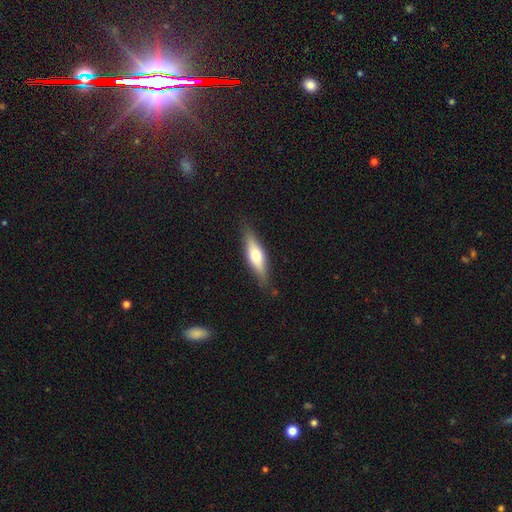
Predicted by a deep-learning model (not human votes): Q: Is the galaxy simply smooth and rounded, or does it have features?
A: smooth — 53%.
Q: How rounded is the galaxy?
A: cigar-shaped — 56%.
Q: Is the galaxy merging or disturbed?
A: none — 83%.